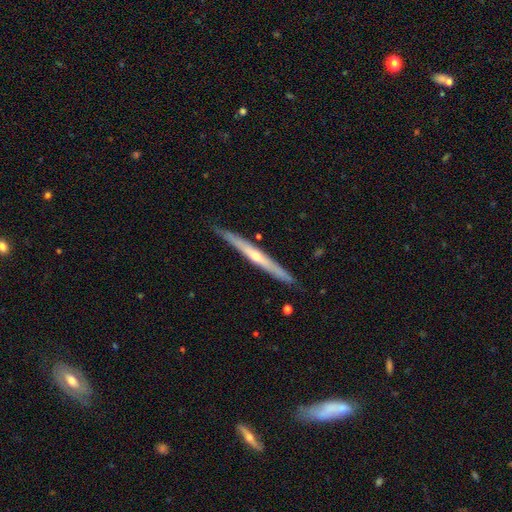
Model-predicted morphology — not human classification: Smooth or featured?
  - featured or disk: 66% *
  - smooth: 29%
  - star or artifact: 5%
Edge-on disk?
  - yes: 96% *
  - no: 4%
Edge-on bulge?
  - rounded: 61% *
  - none: 36%
  - boxy: 3%
Merging?
  - none: 87% *
  - minor disturbance: 10%
  - major disturbance: 1%
  - merger: 1%